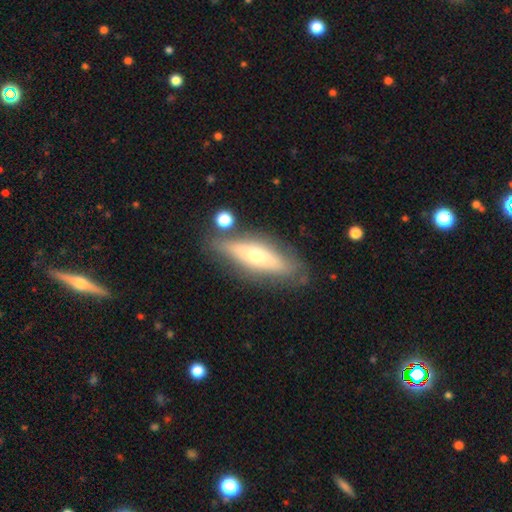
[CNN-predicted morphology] Q: Smooth or featured?
A: featured or disk (51%); runner-up: smooth (42%)
Q: Edge-on disk?
A: yes (71%); runner-up: no (29%)
Q: Merging?
A: none (73%); runner-up: minor disturbance (16%)